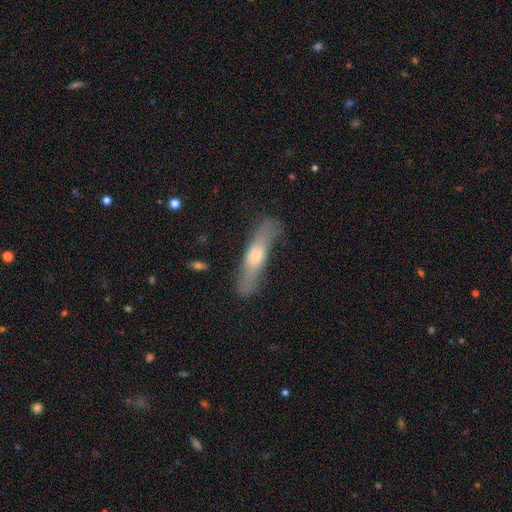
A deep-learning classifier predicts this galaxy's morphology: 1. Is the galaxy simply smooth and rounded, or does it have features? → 50% featured or disk, 43% smooth, 7% star or artifact.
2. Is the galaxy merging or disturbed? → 69% none, 21% minor disturbance, 8% major disturbance, 2% merger.